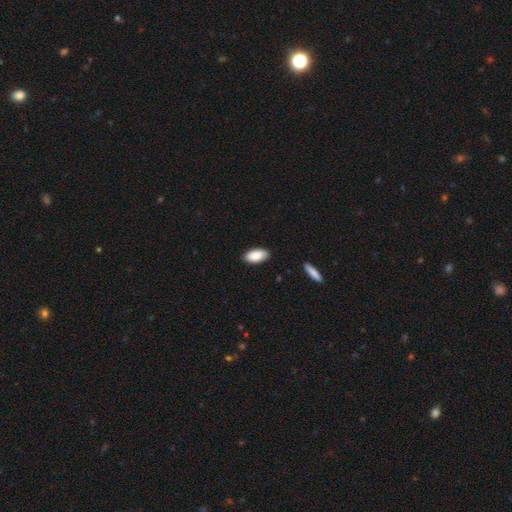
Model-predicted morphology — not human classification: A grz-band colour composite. It shows a smooth galaxy with no disk features (89%) that is in between round and cigar-shaped (93%). Merging: none (87%).